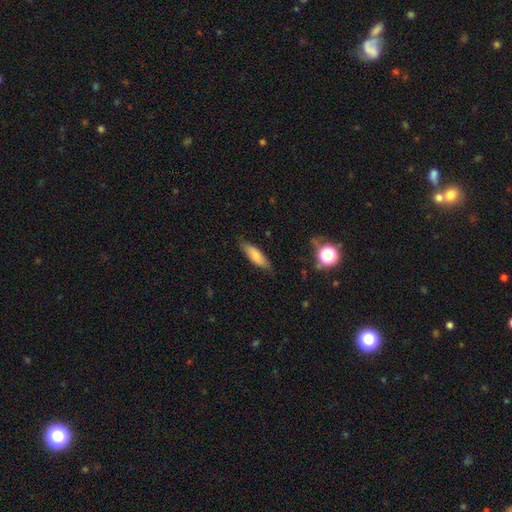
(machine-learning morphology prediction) Smooth or featured? Predicted: smooth (p=0.74). How rounded? Predicted: cigar-shaped (p=0.50). Merging? Predicted: none (p=0.77).